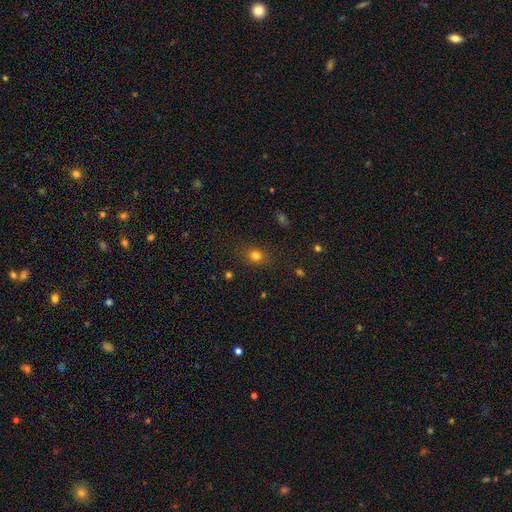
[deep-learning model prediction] This appears to be a smooth galaxy with no disk features (76%) that is round (62%). Merging: none (84%).